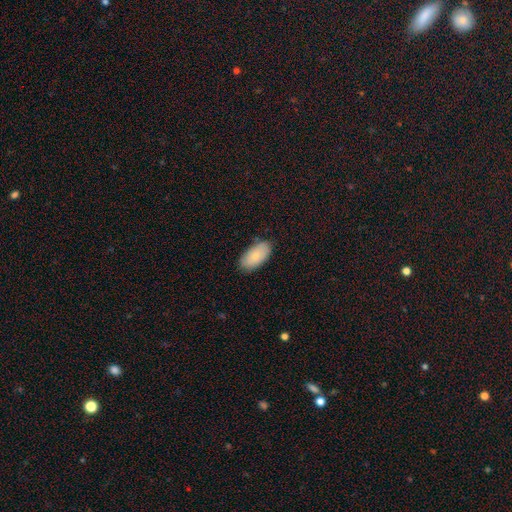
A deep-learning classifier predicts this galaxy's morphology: smooth 78%, featured or disk 16%, star or artifact 6%. Down the decision tree: how rounded — in between (95%); merging — none (82%).